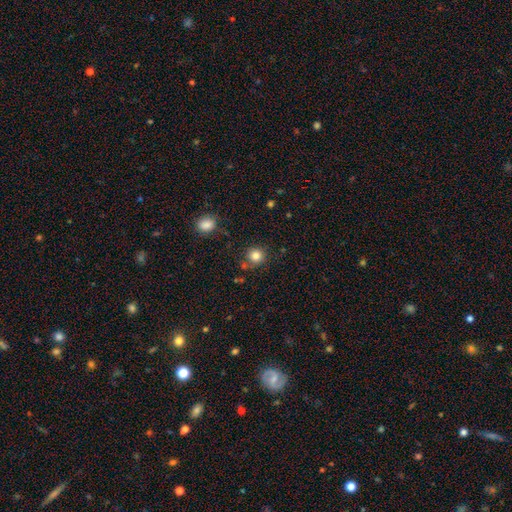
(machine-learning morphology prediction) smooth 83%, star or artifact 12%, featured or disk 5%. Down the decision tree: how rounded — round (91%); merging — none (81%).